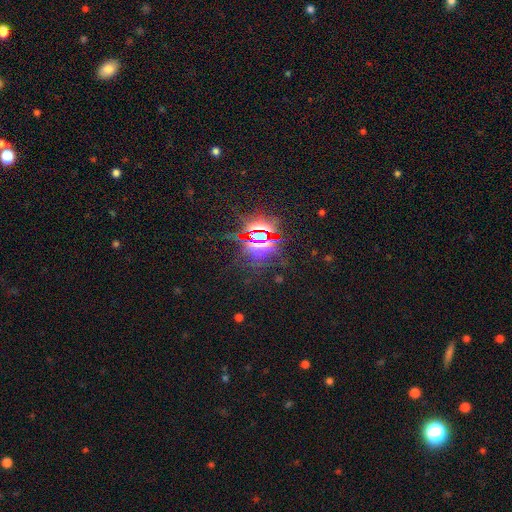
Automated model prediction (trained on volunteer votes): A star or artifact, not a galaxy (83%).

Vote fractions:
- Smooth or featured? star or artifact: 83% / smooth: 9% / featured or disk: 8%